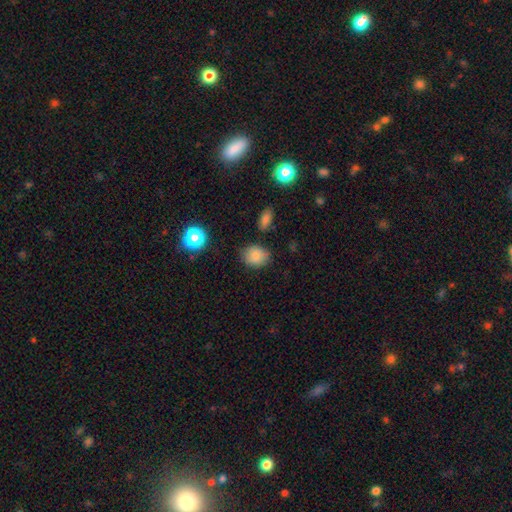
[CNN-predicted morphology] Smooth or featured? Predicted: smooth (p=0.84). How rounded? Predicted: round (p=0.55). Merging? Predicted: none (p=0.79).